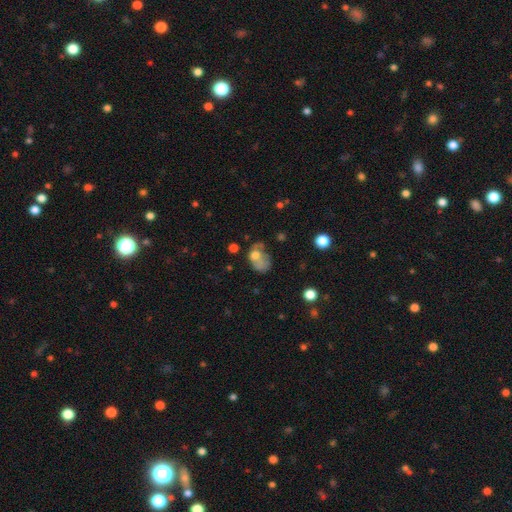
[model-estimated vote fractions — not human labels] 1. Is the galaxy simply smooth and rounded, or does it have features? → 56% smooth, 32% featured or disk, 12% star or artifact.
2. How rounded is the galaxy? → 69% in between, 30% round, 1% cigar-shaped.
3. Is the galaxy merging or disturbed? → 39% major disturbance, 23% none, 23% minor disturbance, 15% merger.